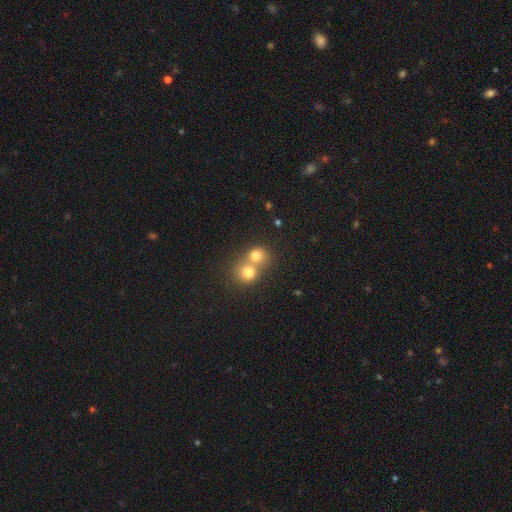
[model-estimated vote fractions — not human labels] smooth_or_featured: smooth (p=0.75) [alt: featured or disk p=0.13]
how_rounded: round (p=0.79) [alt: in between p=0.20]
merging: merger (p=0.64) [alt: none p=0.29]